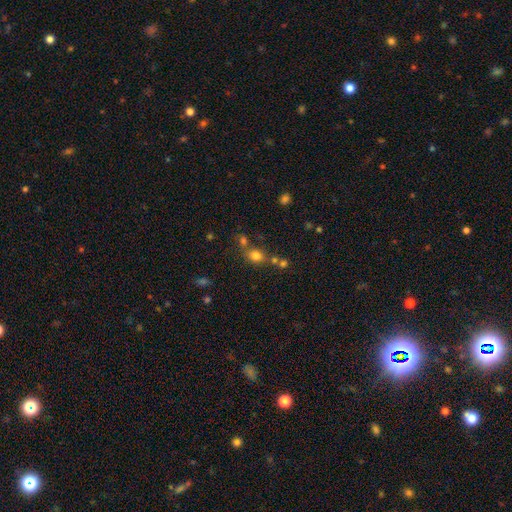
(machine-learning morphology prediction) This appears to be a smooth galaxy with no disk features (75%) that is round (55%). Merging: none (58%).